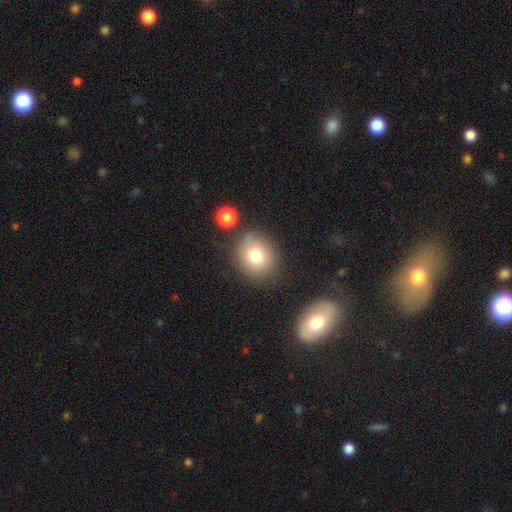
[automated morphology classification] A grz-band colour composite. It shows a smooth galaxy with no disk features (77%) that is round (74%). Merging: none (78%).